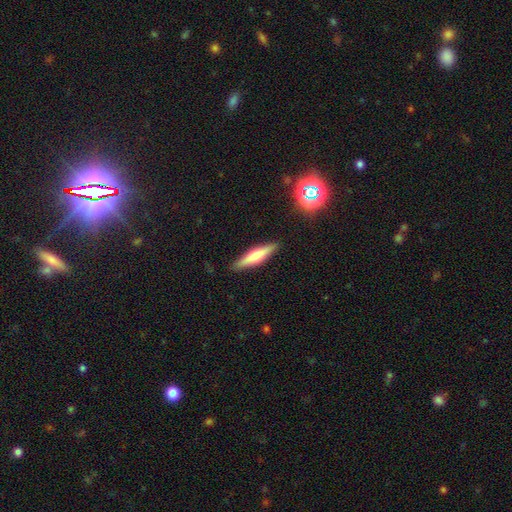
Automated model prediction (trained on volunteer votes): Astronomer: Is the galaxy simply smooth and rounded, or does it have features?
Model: smooth — 49% (runner-up: featured or disk, 45%).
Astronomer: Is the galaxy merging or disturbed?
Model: none — 89%.